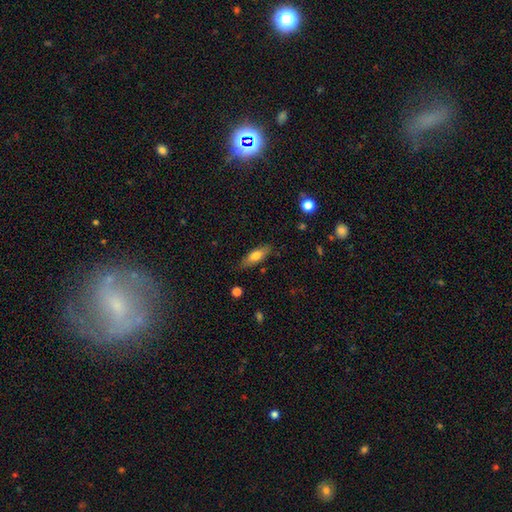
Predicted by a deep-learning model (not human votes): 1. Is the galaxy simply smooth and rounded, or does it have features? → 70% smooth, 23% featured or disk, 7% star or artifact.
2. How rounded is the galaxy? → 61% in between, 36% cigar-shaped, 3% round.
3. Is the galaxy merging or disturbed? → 81% none, 14% minor disturbance, 3% major disturbance, 2% merger.